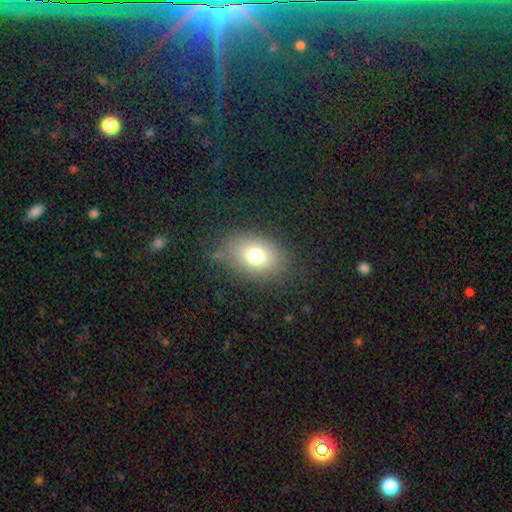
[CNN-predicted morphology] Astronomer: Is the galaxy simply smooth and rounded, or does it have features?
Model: smooth — 74%.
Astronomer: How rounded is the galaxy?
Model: in between — 74%.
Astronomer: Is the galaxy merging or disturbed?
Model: none — 77%.